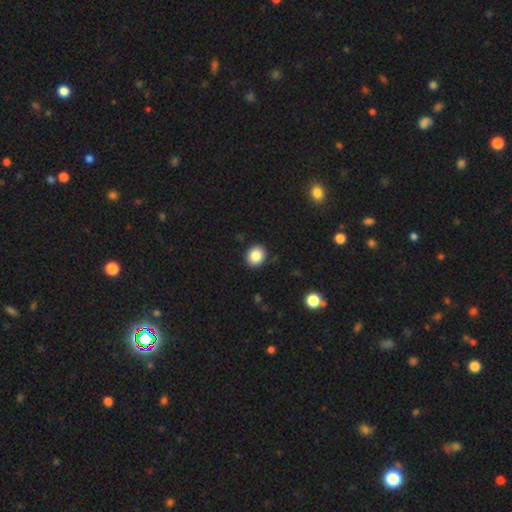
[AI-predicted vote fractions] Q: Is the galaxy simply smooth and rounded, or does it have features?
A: smooth — 85%.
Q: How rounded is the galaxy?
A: round — 72%.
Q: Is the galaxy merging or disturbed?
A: none — 91%.